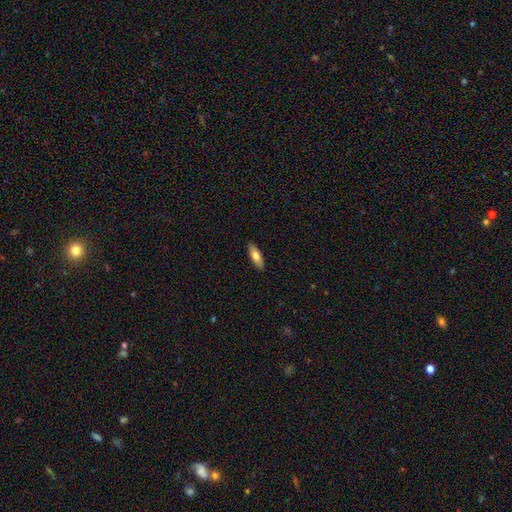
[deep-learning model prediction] This is likely a smooth galaxy (73%). How rounded: likely in between (66%). Merging: clearly none (89%).